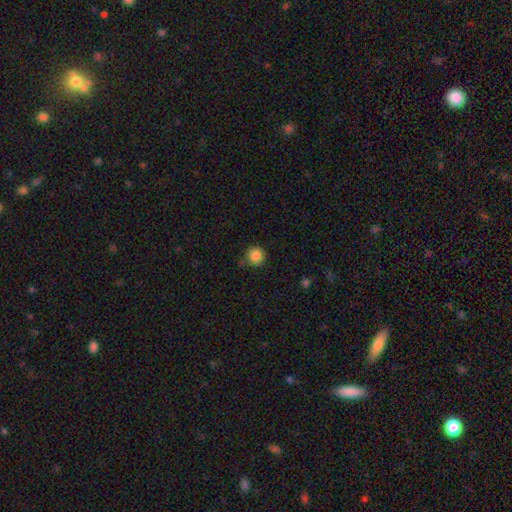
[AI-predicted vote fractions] A smooth galaxy with no disk features (86%) that is round (93%). Merging: none (80%).